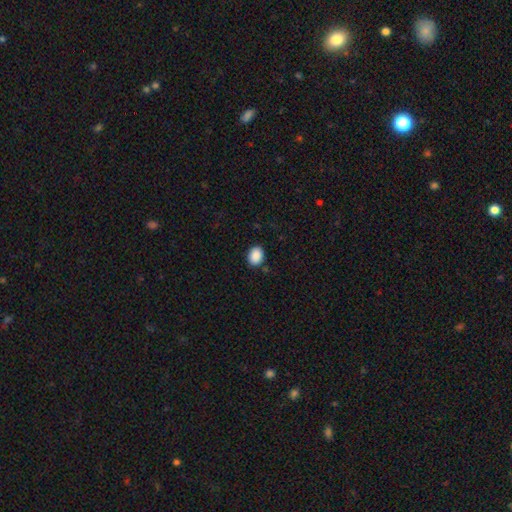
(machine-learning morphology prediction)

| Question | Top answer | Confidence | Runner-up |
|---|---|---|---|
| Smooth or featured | smooth | 90% | star or artifact (8%) |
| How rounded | in between | 64% | round (36%) |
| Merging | none | 87% | minor disturbance (9%) |